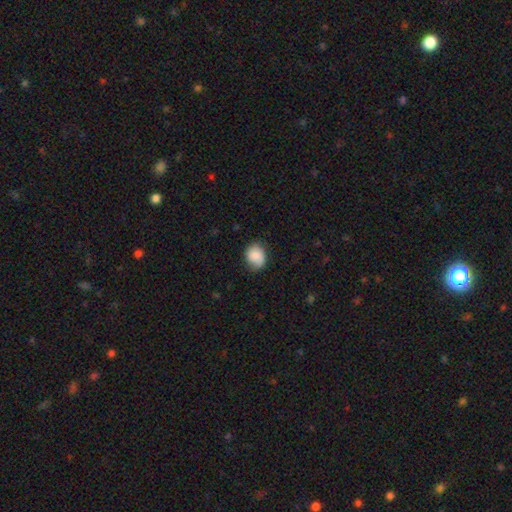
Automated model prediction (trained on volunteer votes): A smooth galaxy with no disk features (80%) that is round (54%). Merging: none (70%).